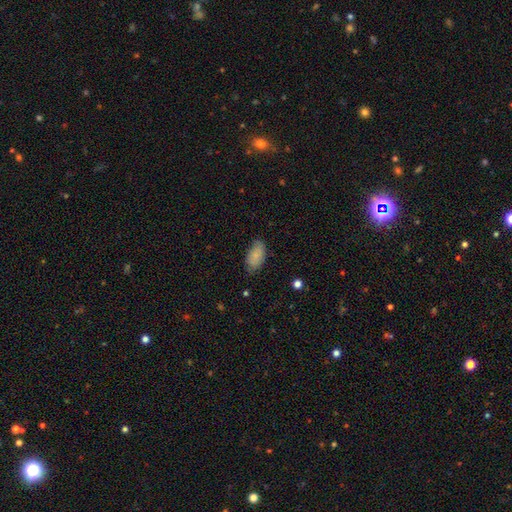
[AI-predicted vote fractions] This appears to be a smooth galaxy with no disk features (80%) that is in between round and cigar-shaped (94%). Merging: none (68%).